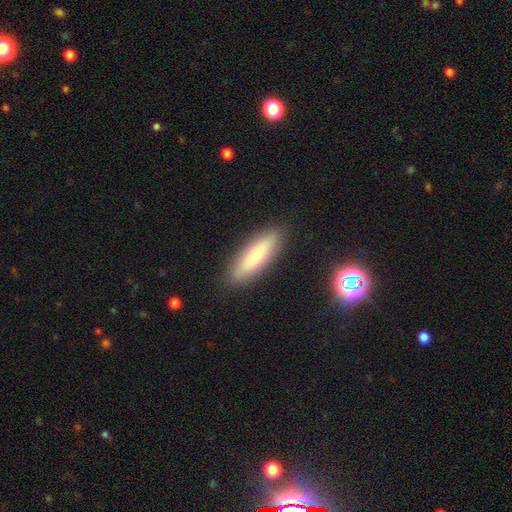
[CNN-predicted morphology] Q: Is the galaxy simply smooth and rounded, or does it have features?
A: smooth — 73%.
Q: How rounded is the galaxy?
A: cigar-shaped — 60%.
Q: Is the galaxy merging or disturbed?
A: none — 88%.